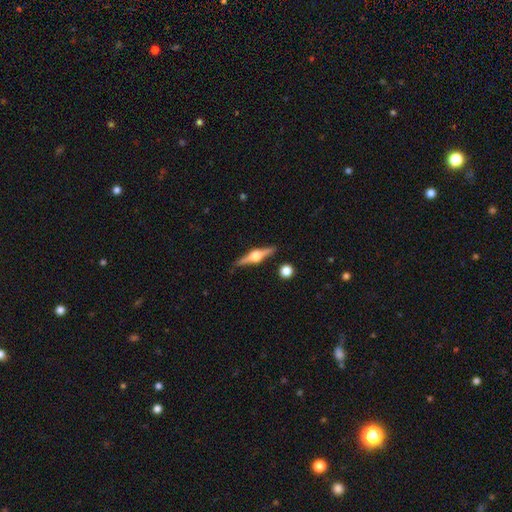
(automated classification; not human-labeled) Morphology: type=featured or disk (83%); edge-on=yes (98%); edge-on bulge=rounded (95%); merging=none (89%).